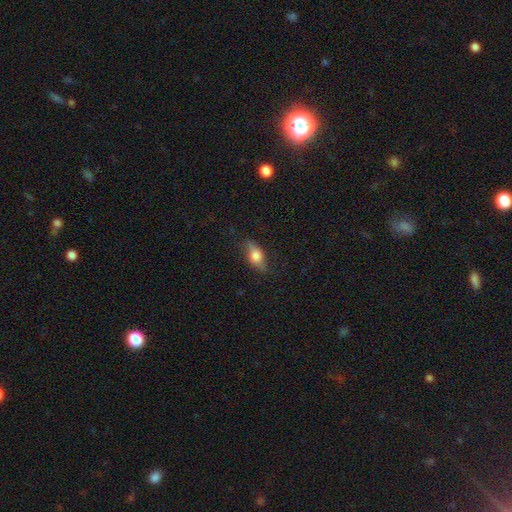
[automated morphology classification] Smooth or featured?
  - smooth: 58% *
  - featured or disk: 34%
  - star or artifact: 8%
How rounded?
  - in between: 75% *
  - cigar-shaped: 15%
  - round: 10%
Merging?
  - none: 75% *
  - minor disturbance: 19%
  - major disturbance: 5%
  - merger: 1%